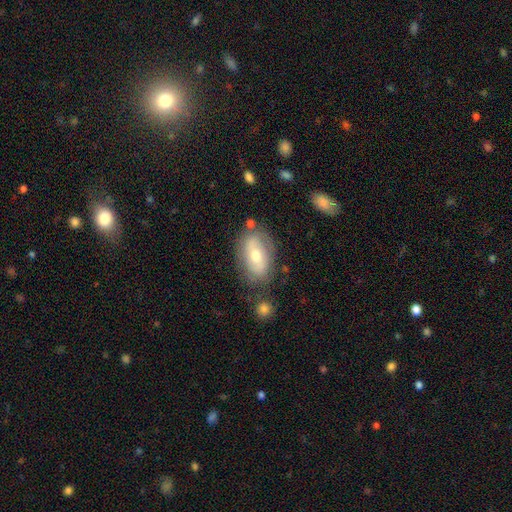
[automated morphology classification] This is possibly a featured or disk galaxy (51%). It is clearly not viewed edge-on (88%). Merging: likely none (71%).